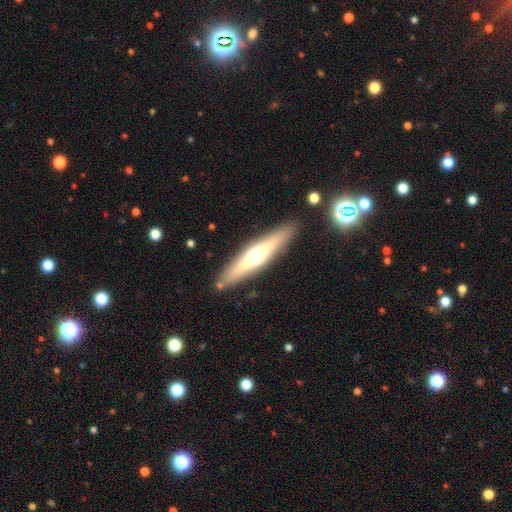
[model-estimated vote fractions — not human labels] smooth_or_featured: featured or disk (p=0.57) [alt: smooth p=0.37]
disk_edge_on: yes (p=0.94) [alt: no p=0.06]
edge_on_bulge: rounded (p=0.91) [alt: none p=0.05]
merging: none (p=0.87) [alt: minor disturbance p=0.08]